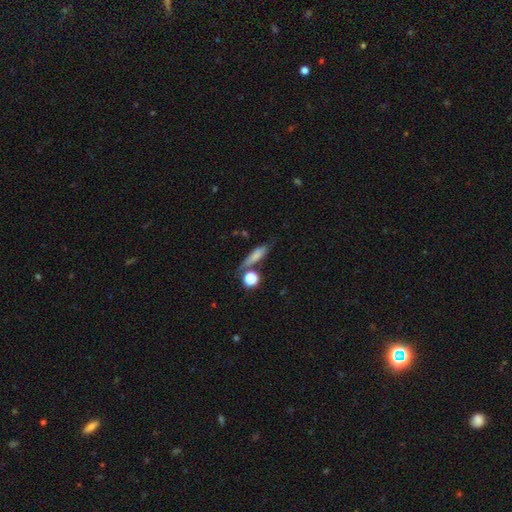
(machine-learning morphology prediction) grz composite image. It shows a smooth galaxy with no disk features (67%) that is cigar-shaped (51%). Merging: none (55%).